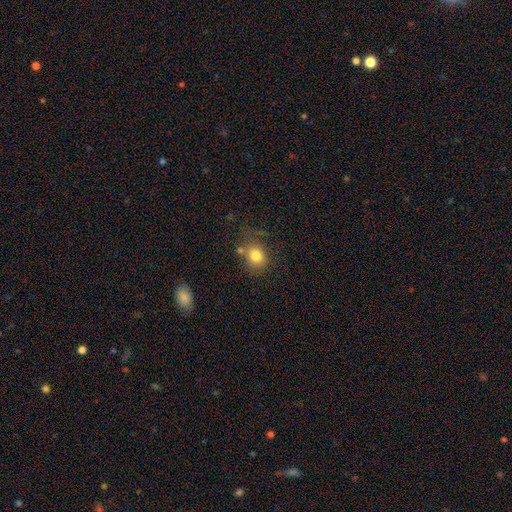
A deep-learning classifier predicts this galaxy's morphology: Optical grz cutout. It shows a smooth galaxy with no disk features (80%) that is round (70%). Merging: none (64%).